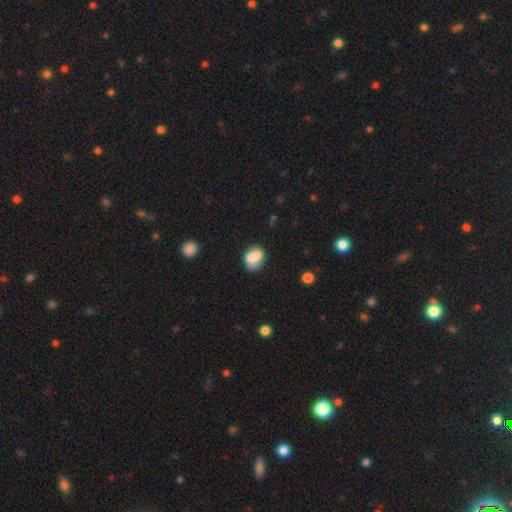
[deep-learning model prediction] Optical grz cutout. It shows a smooth galaxy with no disk features (76%) that is in between round and cigar-shaped (59%). Merging: none (55%).